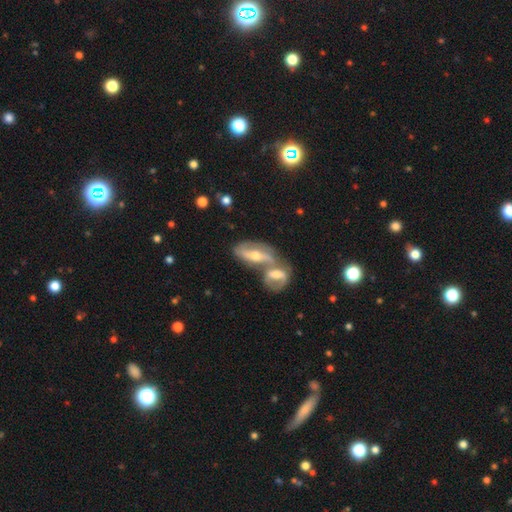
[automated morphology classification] The model was most divided on "bar": strong: 35%, weak: 34%, no: 31%. More confident: edge-on disk — no (83%); spiral arms — yes (83%); smooth or featured — featured or disk (72%); bulge size — moderate (60%); merging — merger (60%).